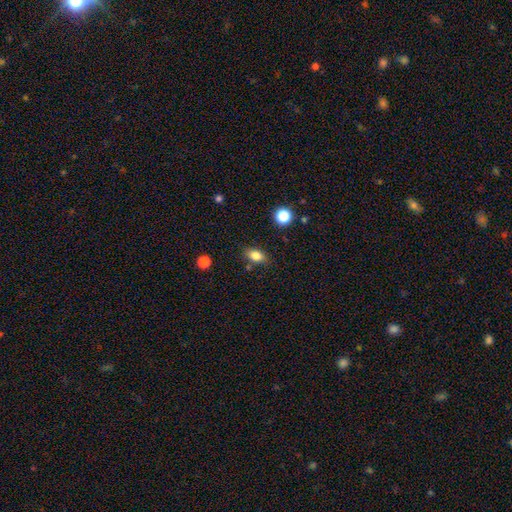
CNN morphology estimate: type=smooth (82%); roundness=in between (82%); merging=none (81%).